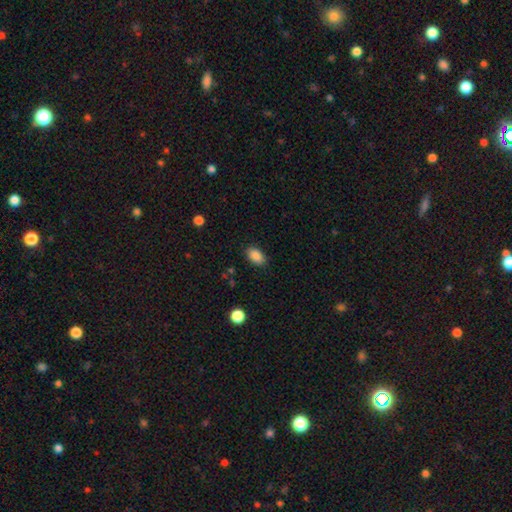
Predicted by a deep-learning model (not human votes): Morphology: type=smooth (87%); roundness=in between (90%); merging=none (86%).